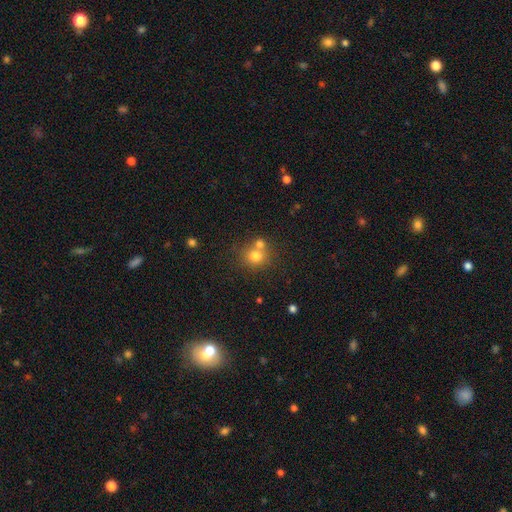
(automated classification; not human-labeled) Smooth or featured? smooth (74%)
How rounded? round (85%)
Merging? none (54%)